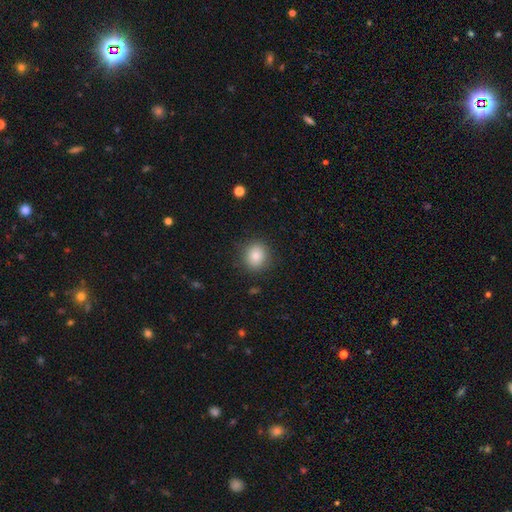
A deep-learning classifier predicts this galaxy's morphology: smooth_or_featured: smooth (p=0.83) [alt: star or artifact p=0.10]
how_rounded: round (p=0.80) [alt: in between p=0.19]
merging: none (p=0.87) [alt: minor disturbance p=0.09]